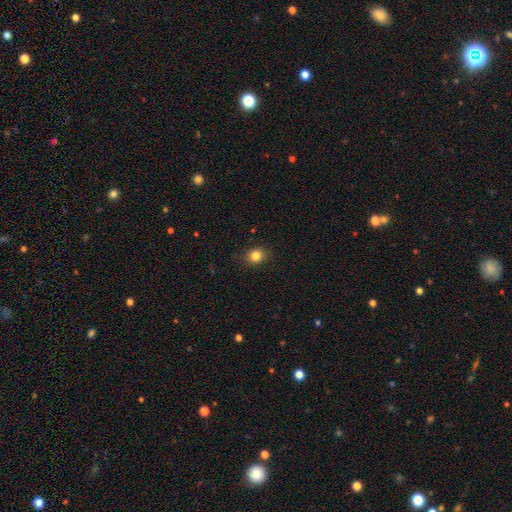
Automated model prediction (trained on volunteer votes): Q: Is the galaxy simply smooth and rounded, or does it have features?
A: smooth — 83%.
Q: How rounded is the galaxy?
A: round — 76%.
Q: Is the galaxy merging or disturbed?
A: none — 89%.